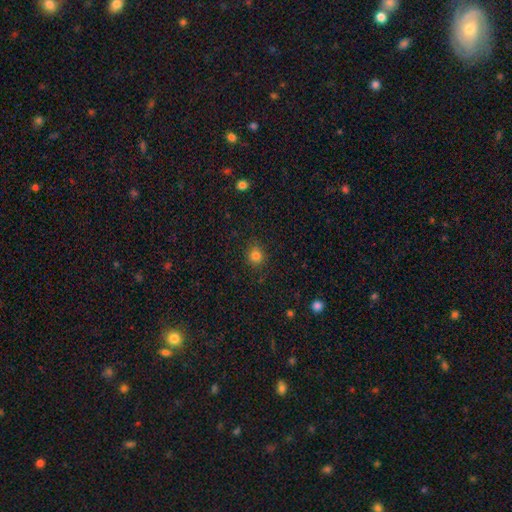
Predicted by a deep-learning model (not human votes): Overall: smooth (82%). How rounded: round (88%). Merging: none (87%).